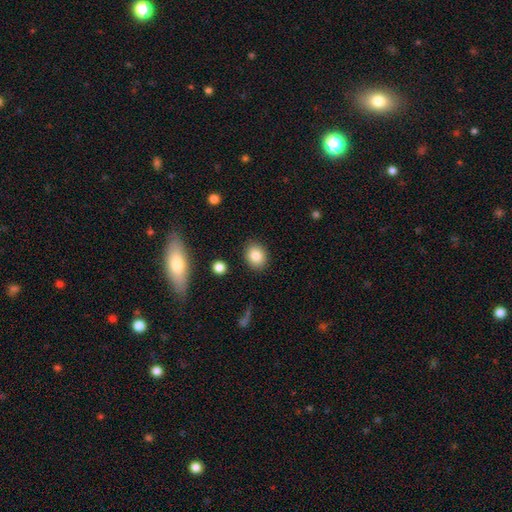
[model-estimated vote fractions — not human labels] This is clearly a smooth galaxy (84%). How rounded: possibly round (58%). Merging: clearly none (88%).